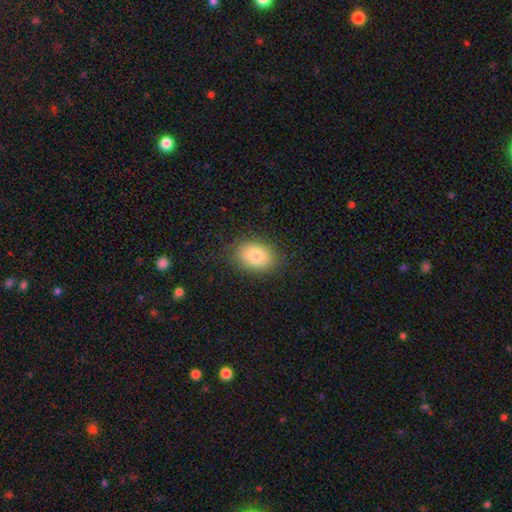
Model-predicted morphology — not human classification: type=smooth (80%); roundness=in between (76%); merging=none (85%).